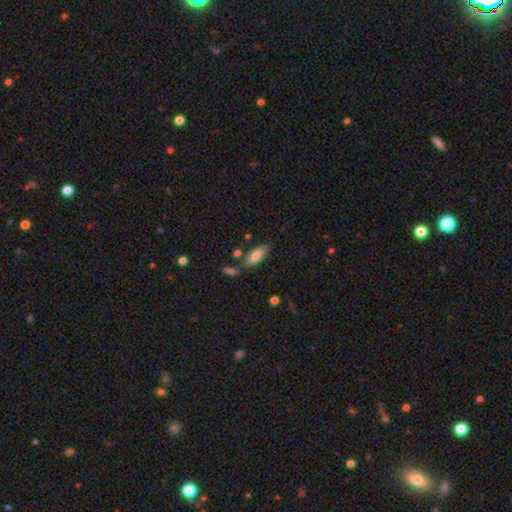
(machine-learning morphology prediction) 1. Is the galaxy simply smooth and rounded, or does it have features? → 78% smooth, 15% featured or disk, 7% star or artifact.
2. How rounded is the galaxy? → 78% in between, 20% cigar-shaped, 2% round.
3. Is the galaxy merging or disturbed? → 67% none, 18% minor disturbance, 10% merger, 5% major disturbance.